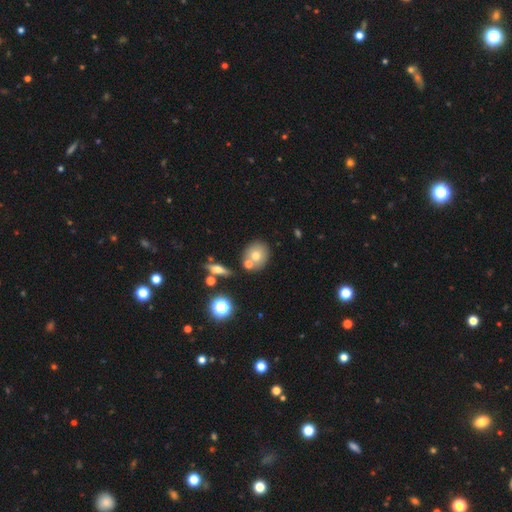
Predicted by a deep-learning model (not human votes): A smooth galaxy with no disk features (69%) that is round (77%). Merging: none (64%).